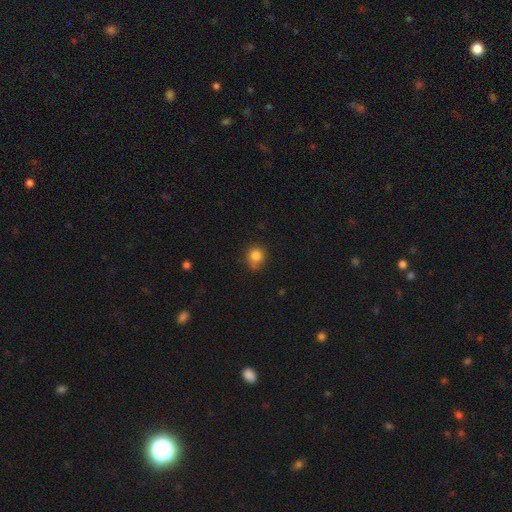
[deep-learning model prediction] Morphology: type=smooth (83%); roundness=round (86%); merging=none (66%).